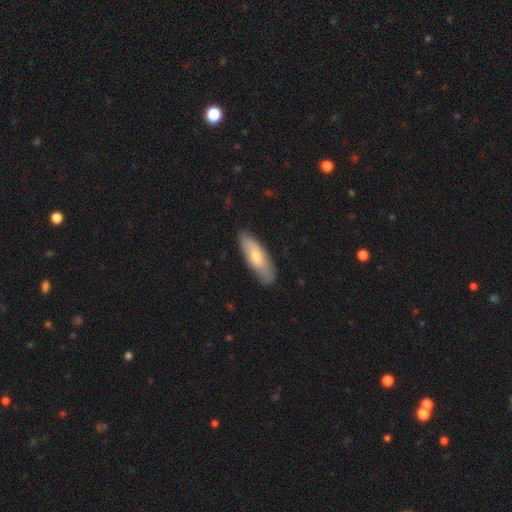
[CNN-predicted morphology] smooth 64%, featured or disk 30%, star or artifact 6%. Down the decision tree: how rounded — in between (60%); merging — none (83%).